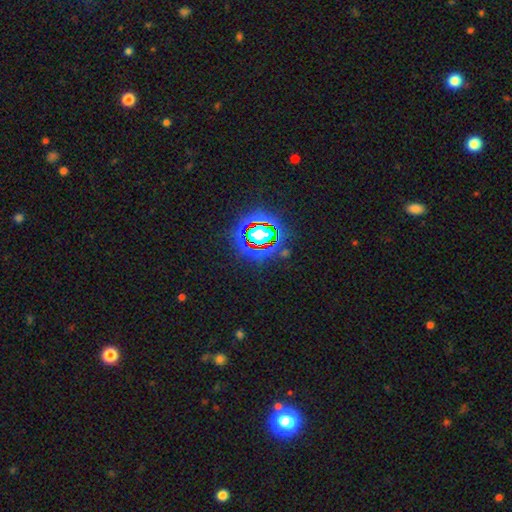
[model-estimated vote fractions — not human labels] A star or artifact, not a galaxy (79%).

Vote fractions:
- Smooth or featured? star or artifact: 79% / smooth: 13% / featured or disk: 8%